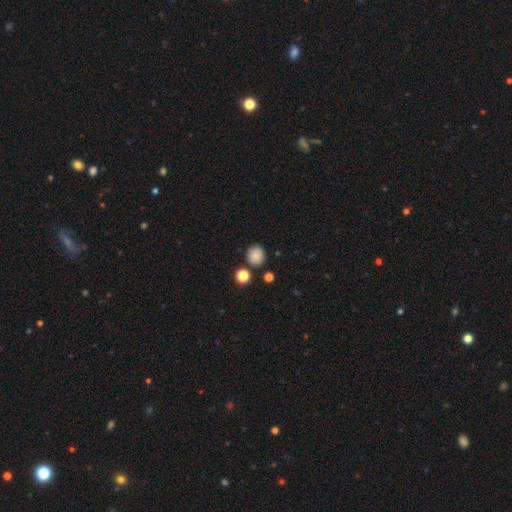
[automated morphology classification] type=smooth (84%); roundness=round (90%); merging=none (83%).